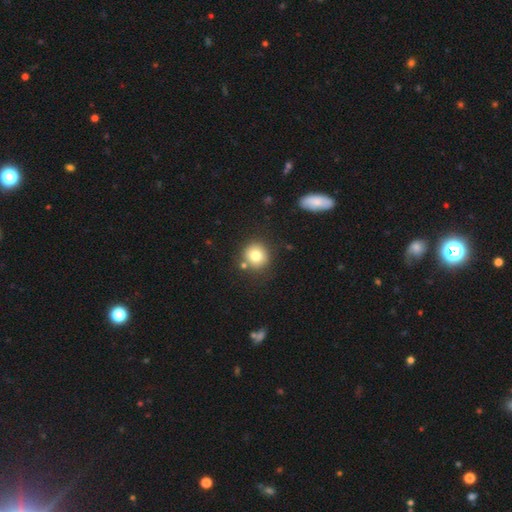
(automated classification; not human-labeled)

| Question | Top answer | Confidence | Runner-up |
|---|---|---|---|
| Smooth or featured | smooth | 80% | star or artifact (11%) |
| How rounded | round | 89% | in between (10%) |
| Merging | none | 78% | minor disturbance (10%) |